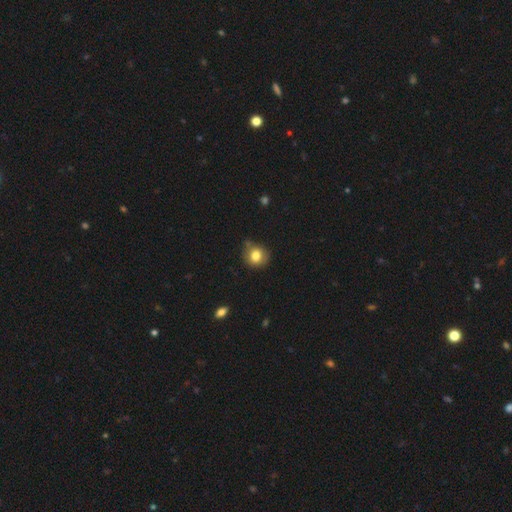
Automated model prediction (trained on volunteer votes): Smooth or featured: smooth — 80% (featured or disk — 10%)
How rounded: round — 81% (in between — 18%)
Merging: none — 73% (minor disturbance — 19%)